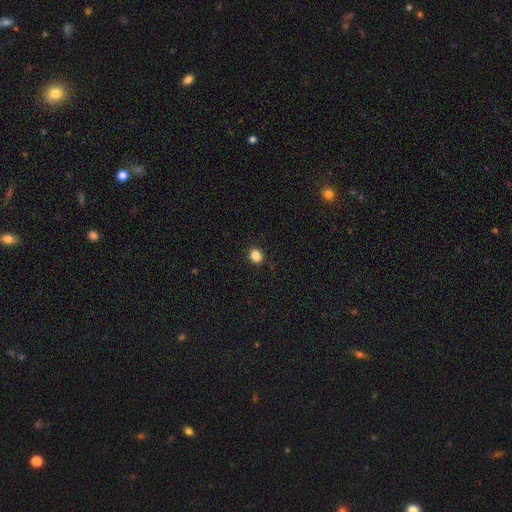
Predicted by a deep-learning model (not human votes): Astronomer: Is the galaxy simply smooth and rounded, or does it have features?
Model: smooth — 86%.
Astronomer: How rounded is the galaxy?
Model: round — 60% (runner-up: in between, 39%).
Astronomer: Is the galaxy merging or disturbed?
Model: none — 90%.